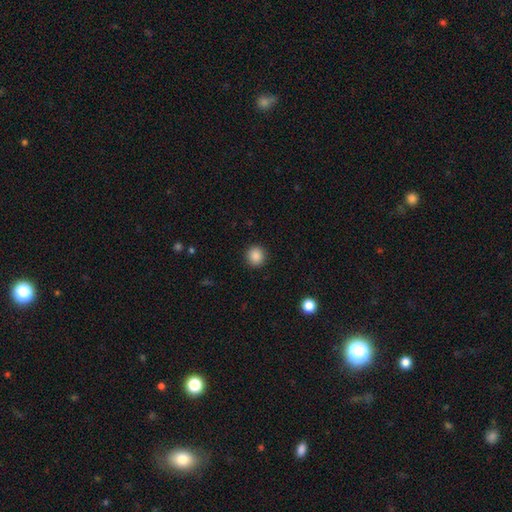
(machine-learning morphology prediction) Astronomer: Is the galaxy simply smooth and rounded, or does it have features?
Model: smooth — 88%.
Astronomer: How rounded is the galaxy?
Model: round — 92%.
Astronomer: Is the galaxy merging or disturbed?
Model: none — 92%.